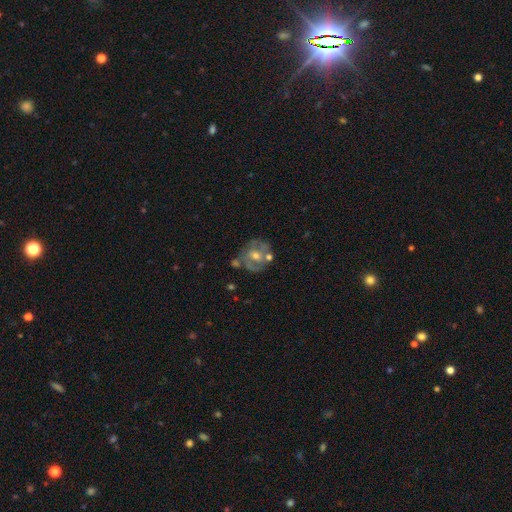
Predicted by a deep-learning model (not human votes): Morphology: type=featured or disk (69%); edge-on=no (97%); bar=no (59%); spiral arms=yes (63%); bulge=moderate (61%); merging=none (57%).